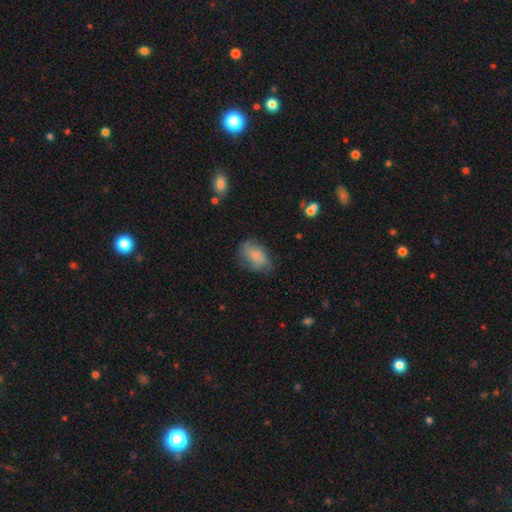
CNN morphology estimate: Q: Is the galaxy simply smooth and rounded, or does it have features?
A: smooth — 73%.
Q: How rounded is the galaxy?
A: in between — 83%.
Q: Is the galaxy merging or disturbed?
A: none — 59%.